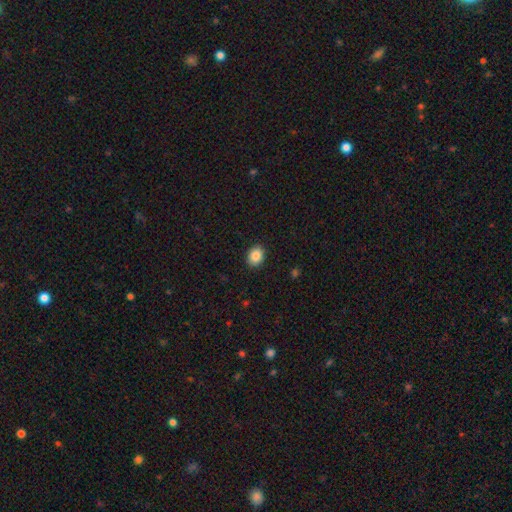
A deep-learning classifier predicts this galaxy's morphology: Overall: smooth (87%). How rounded: in between (56%; round 43%). Merging: none (90%).